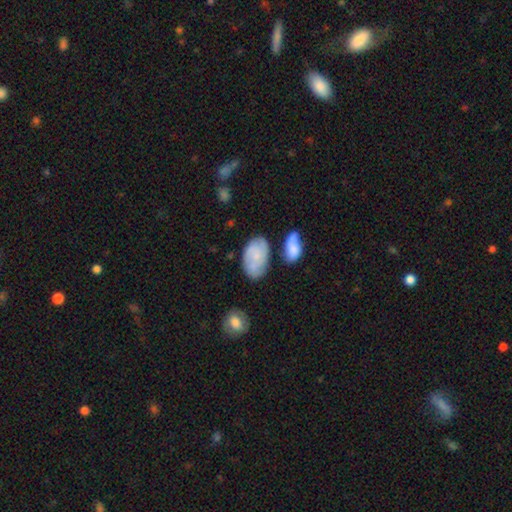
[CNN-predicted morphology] Smooth or featured? smooth (54%)
How rounded? in between (92%)
Merging? none (62%)